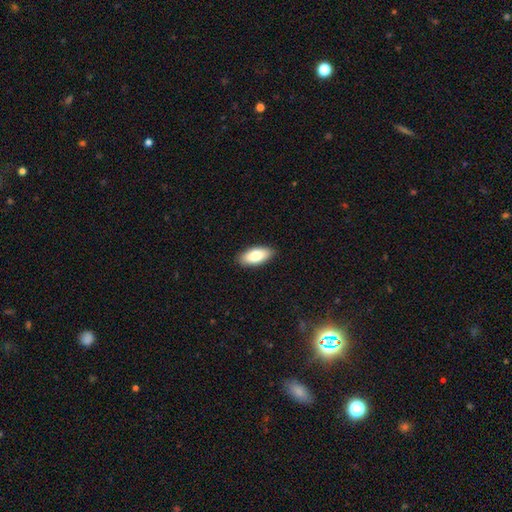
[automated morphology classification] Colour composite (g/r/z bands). It shows a smooth galaxy with no disk features (79%) that is in between round and cigar-shaped (89%). Merging: none (89%).